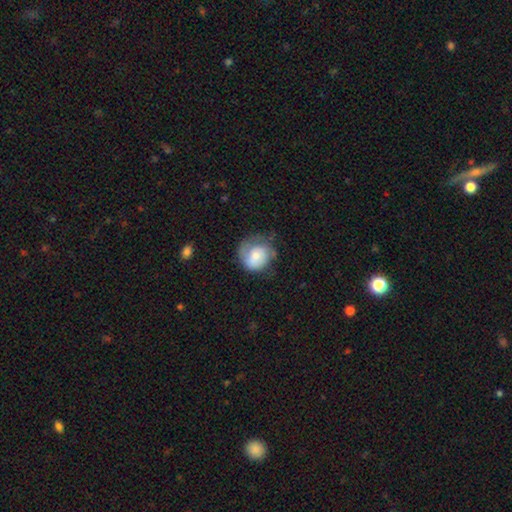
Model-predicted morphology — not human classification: smooth 59%, featured or disk 34%, star or artifact 7%. Down the decision tree: how rounded — round (78%); merging — none (47%).